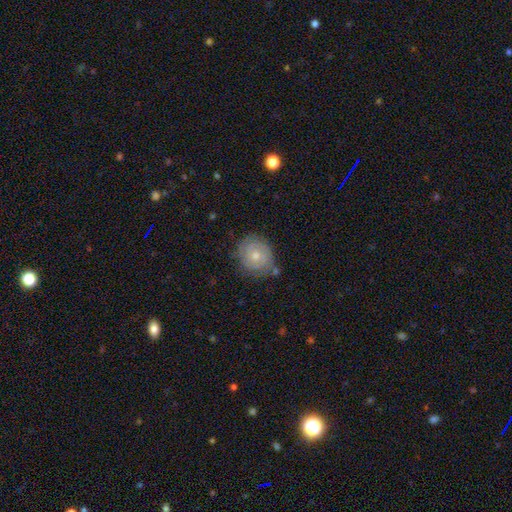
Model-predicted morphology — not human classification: Smooth or featured? featured or disk (53%)
Edge-on disk? no (97%)
Bar? no (83%)
Spiral arms? yes (76%)
Bulge size? moderate (51%)
Merging? none (72%)